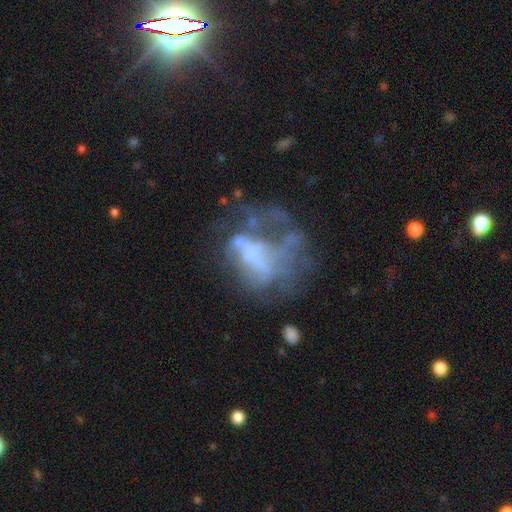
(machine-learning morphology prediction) Overall: featured or disk (60%; smooth 23%). Edge-on disk: no (97%). Bar: no (81%). Spiral arms: no (87%). Bulge size: none (70%). Merging: major disturbance (45%; none 27%).